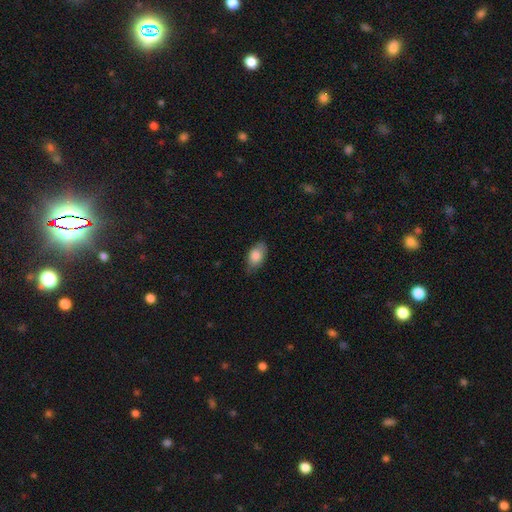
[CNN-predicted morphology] Smooth or featured?
  - smooth: 83% *
  - featured or disk: 10%
  - star or artifact: 6%
How rounded?
  - in between: 92% *
  - round: 5%
  - cigar-shaped: 2%
Merging?
  - none: 76% *
  - minor disturbance: 20%
  - major disturbance: 3%
  - merger: 1%